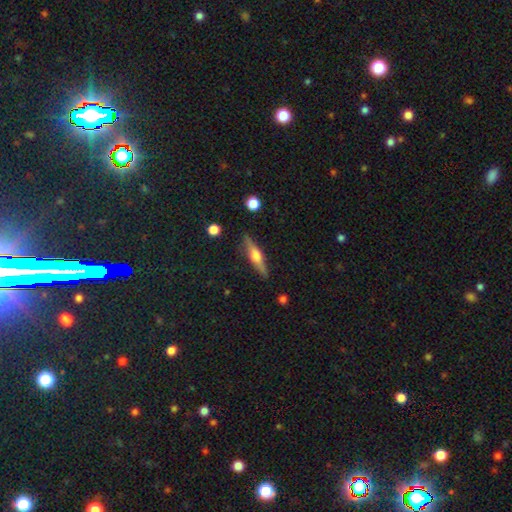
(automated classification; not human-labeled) featured or disk 63%, smooth 30%, star or artifact 6%. Down the decision tree: edge-on disk — yes (96%); edge-on bulge — rounded (89%); merging — none (88%).